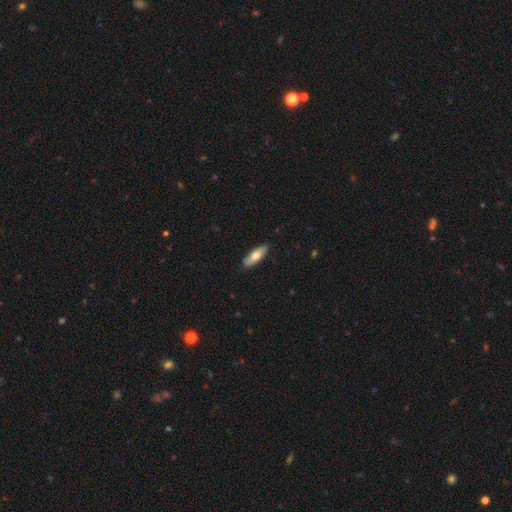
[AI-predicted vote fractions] Smooth or featured: smooth — 68% (featured or disk — 26%)
How rounded: in between — 57% (cigar-shaped — 41%)
Merging: none — 87% (minor disturbance — 10%)